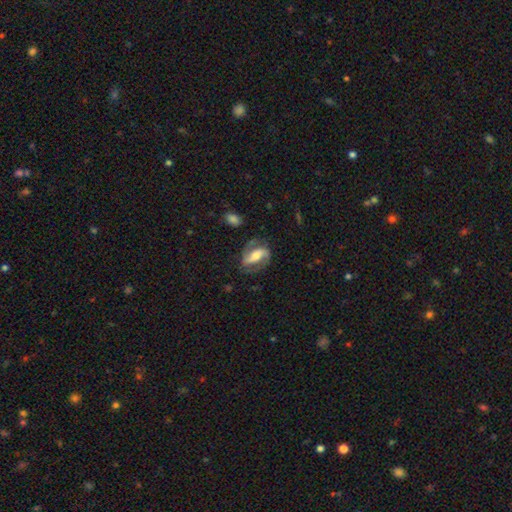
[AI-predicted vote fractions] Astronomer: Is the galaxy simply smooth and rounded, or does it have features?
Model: featured or disk — 80%.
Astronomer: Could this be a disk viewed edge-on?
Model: no — 94%.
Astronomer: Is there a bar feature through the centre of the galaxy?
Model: strong — 52% (runner-up: weak, 28%).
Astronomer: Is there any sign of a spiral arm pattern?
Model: yes — 92%.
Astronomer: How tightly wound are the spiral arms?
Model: medium — 47% (runner-up: loose, 30%).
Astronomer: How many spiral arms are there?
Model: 2 — 89%.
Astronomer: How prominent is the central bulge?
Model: moderate — 57%.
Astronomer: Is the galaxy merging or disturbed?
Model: none — 73%.